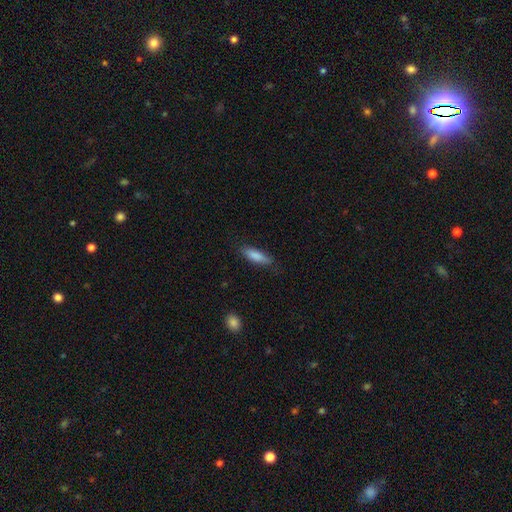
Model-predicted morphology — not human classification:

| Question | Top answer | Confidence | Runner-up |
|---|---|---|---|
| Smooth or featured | smooth | 83% | featured or disk (11%) |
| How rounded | cigar-shaped | 56% | in between (43%) |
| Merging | none | 79% | minor disturbance (16%) |